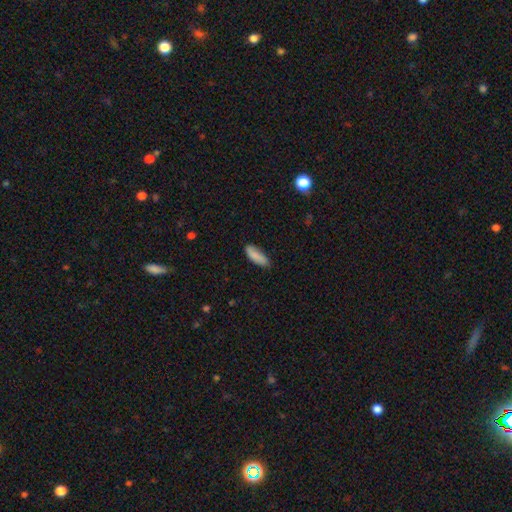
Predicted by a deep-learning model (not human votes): Smooth or featured?
  - smooth: 87% *
  - star or artifact: 6%
  - featured or disk: 6%
How rounded?
  - in between: 63% *
  - cigar-shaped: 36%
  - round: 2%
Merging?
  - none: 79% *
  - minor disturbance: 17%
  - major disturbance: 3%
  - merger: 1%